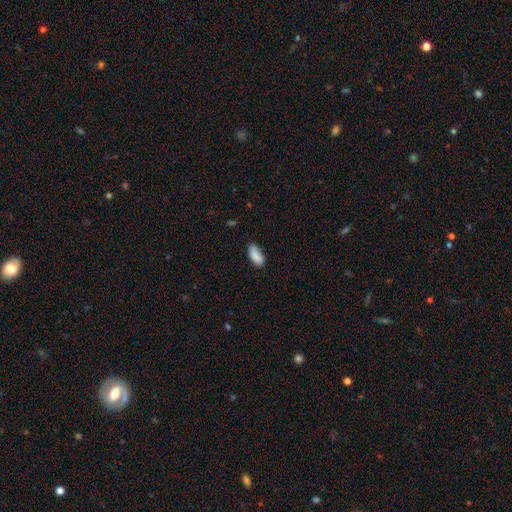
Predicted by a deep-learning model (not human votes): A smooth galaxy with no disk features (88%) that is in between round and cigar-shaped (87%).

Vote fractions:
- Smooth or featured? smooth: 88% / star or artifact: 7% / featured or disk: 5%
- How rounded? in between: 87% / cigar-shaped: 11% / round: 2%
- Merging? none: 77% / minor disturbance: 18% / major disturbance: 3% / merger: 2%